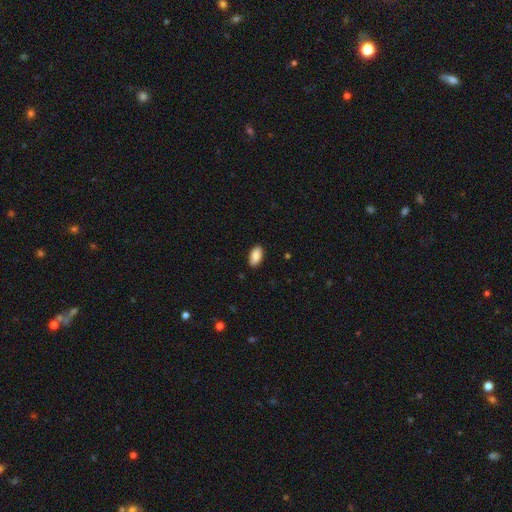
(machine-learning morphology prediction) This appears to be a smooth galaxy with no disk features (88%) that is in between round and cigar-shaped (94%). Merging: none (89%).